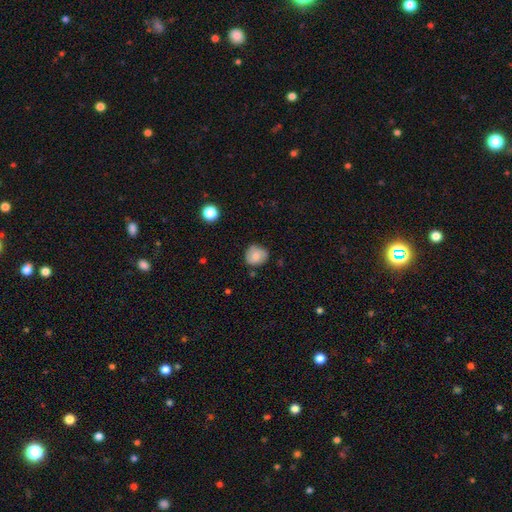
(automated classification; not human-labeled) smooth 70%, featured or disk 21%, star or artifact 9%. Down the decision tree: how rounded — round (83%); merging — none (76%).